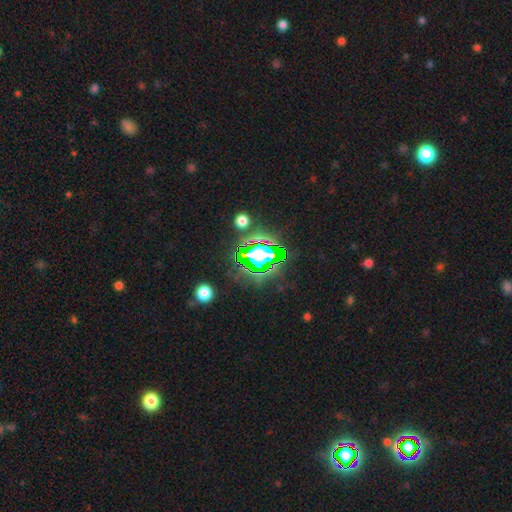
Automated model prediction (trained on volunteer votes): This is likely a star or artifact rather than a galaxy (72%).